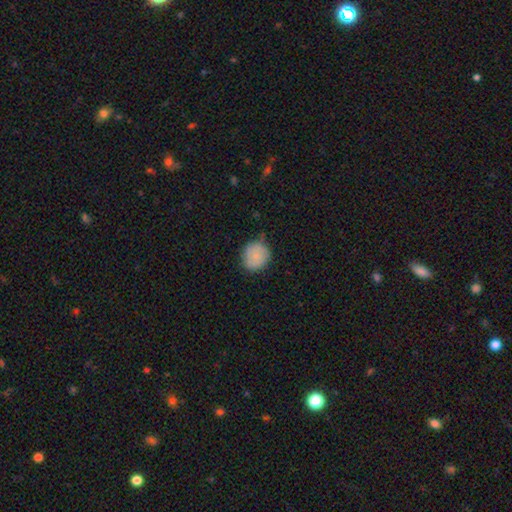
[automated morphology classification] Smooth or featured: smooth — 78% (featured or disk — 14%)
How rounded: round — 83% (in between — 16%)
Merging: none — 70% (minor disturbance — 24%)